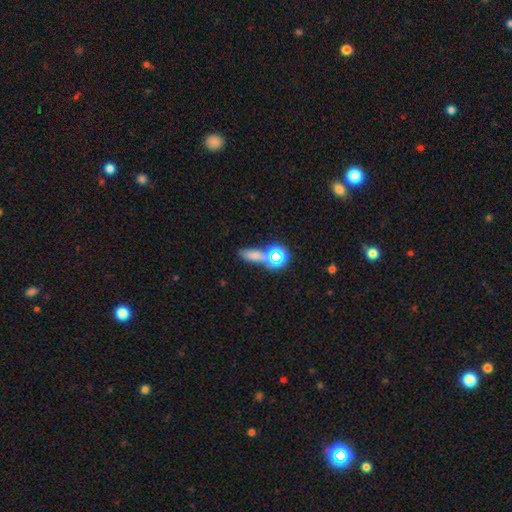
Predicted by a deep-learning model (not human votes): A smooth galaxy with no disk features (59%) that is in between round and cigar-shaped (48%). Merging: none (54%).